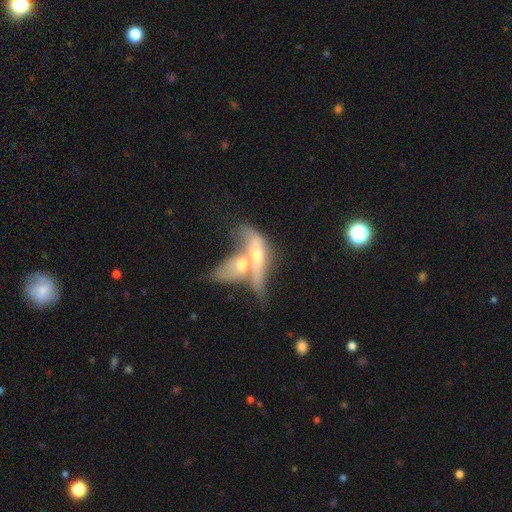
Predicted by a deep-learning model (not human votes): This appears to be a featured or disk galaxy (65%) viewed edge-on (63%). Merging: merger (61%).